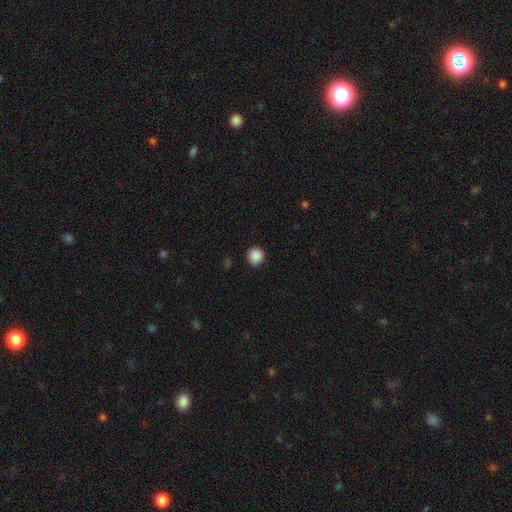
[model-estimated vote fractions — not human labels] Overall: smooth (89%). How rounded: round (89%). Merging: none (89%).